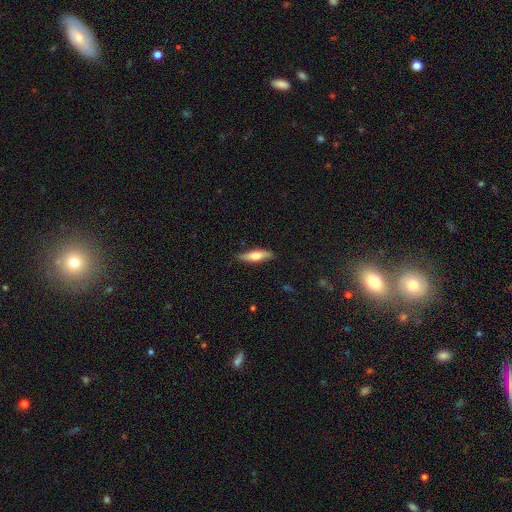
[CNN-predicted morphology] Q: Smooth or featured?
A: smooth (58%); runner-up: featured or disk (36%)
Q: How rounded?
A: cigar-shaped (60%); runner-up: in between (38%)
Q: Merging?
A: none (84%); runner-up: minor disturbance (13%)